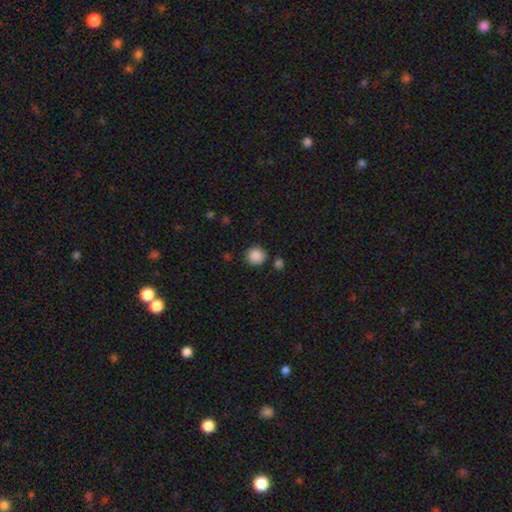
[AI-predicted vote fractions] A smooth galaxy with no disk features (88%) that is round (89%).

Vote fractions:
- Smooth or featured? smooth: 88% / star or artifact: 9% / featured or disk: 3%
- How rounded? round: 89% / in between: 10% / cigar-shaped: 1%
- Merging? none: 80% / minor disturbance: 10% / merger: 6% / major disturbance: 3%